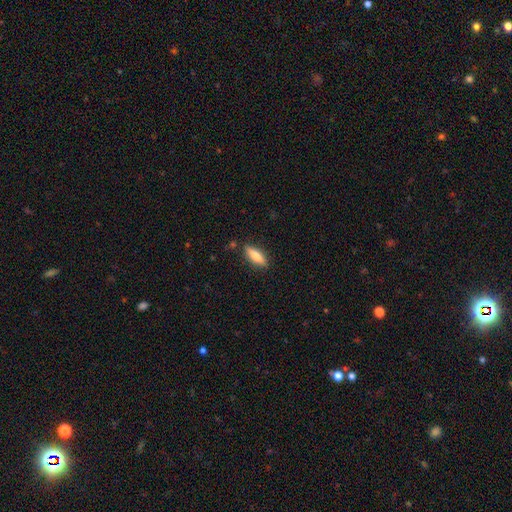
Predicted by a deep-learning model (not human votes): Morphology: type=smooth (72%); roundness=cigar-shaped (52%); merging=none (85%).